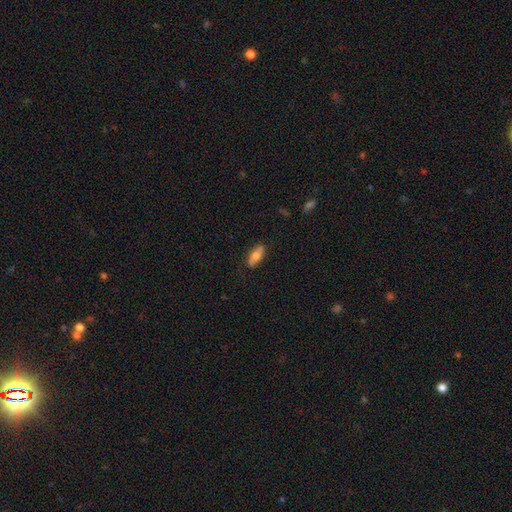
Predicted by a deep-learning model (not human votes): Smooth or featured? Predicted: smooth (p=0.68). How rounded? Predicted: in between (p=0.75). Merging? Predicted: none (p=0.83).